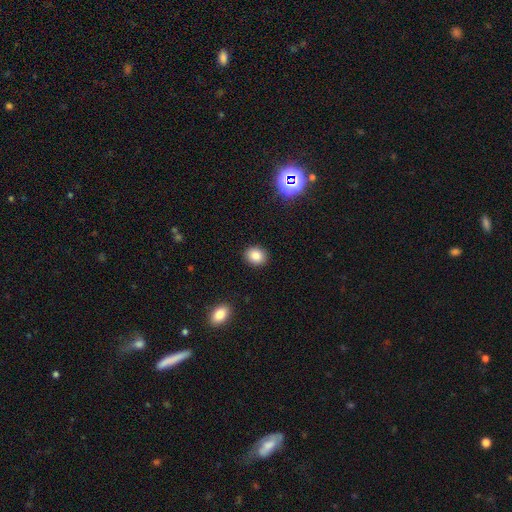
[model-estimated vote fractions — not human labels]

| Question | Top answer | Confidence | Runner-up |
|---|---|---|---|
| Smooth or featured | smooth | 85% | star or artifact (10%) |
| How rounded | round | 60% | in between (39%) |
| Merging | none | 90% | minor disturbance (7%) |